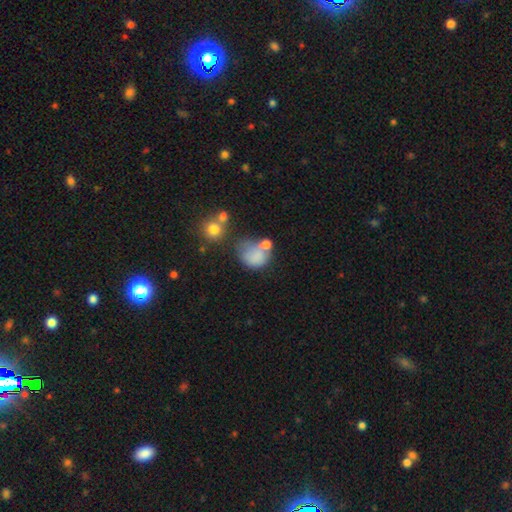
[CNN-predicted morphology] This appears to be a smooth galaxy with no disk features (69%) that is round (52%). Merging: none (28%).